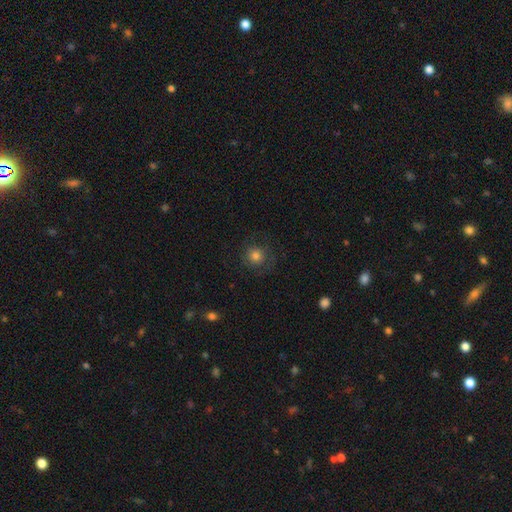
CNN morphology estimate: Smooth or featured: smooth — 77% (featured or disk — 11%)
How rounded: round — 92% (in between — 7%)
Merging: none — 79% (minor disturbance — 13%)